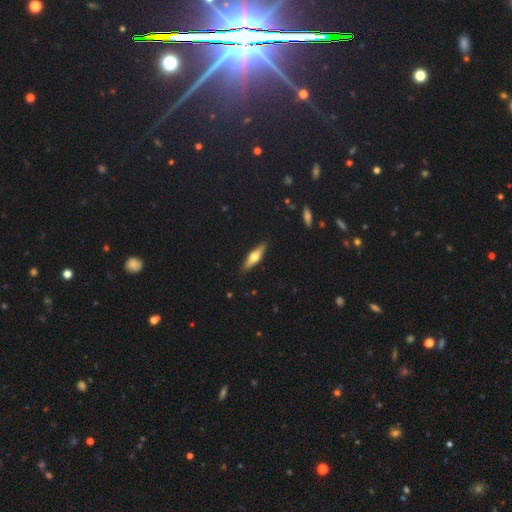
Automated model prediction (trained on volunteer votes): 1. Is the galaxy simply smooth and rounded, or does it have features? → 52% featured or disk, 41% smooth, 6% star or artifact.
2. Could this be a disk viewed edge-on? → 92% yes, 8% no.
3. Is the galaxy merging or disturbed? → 89% none, 8% minor disturbance, 2% major disturbance, 1% merger.